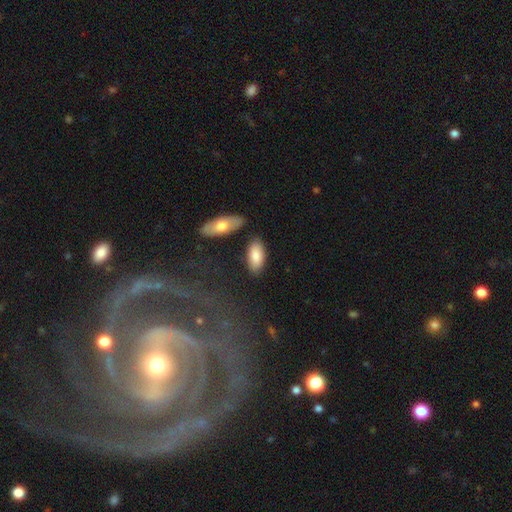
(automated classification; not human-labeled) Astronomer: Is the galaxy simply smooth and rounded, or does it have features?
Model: smooth — 83%.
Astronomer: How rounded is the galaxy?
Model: in between — 88%.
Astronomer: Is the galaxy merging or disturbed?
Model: none — 79%.